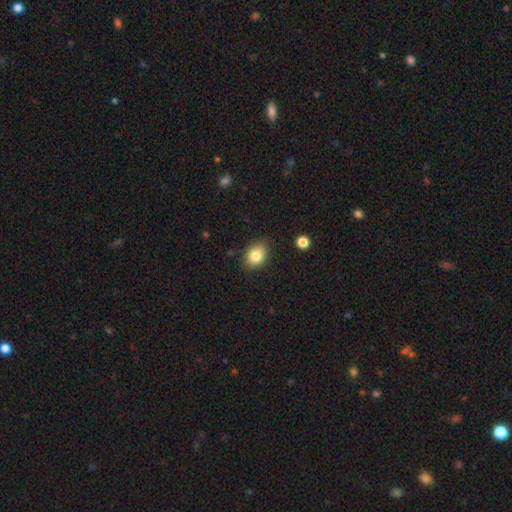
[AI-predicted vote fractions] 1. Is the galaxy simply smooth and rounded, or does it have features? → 83% smooth, 9% star or artifact, 8% featured or disk.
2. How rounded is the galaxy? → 69% in between, 30% round, 1% cigar-shaped.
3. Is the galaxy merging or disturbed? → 82% none, 13% minor disturbance, 3% major disturbance, 2% merger.